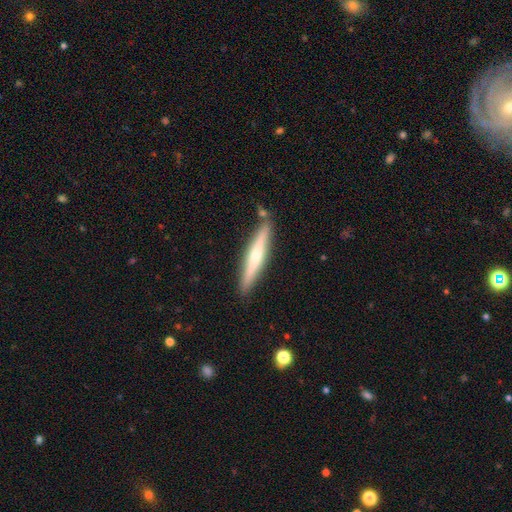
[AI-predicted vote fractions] Smooth or featured? Predicted: featured or disk (p=0.55). Edge-on disk? Predicted: yes (p=0.96). Edge-on bulge? Predicted: rounded (p=0.79). Merging? Predicted: none (p=0.85).